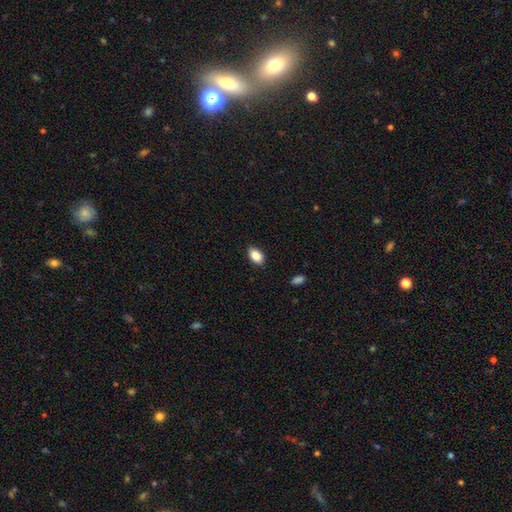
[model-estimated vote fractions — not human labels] Q: Smooth or featured?
A: smooth (86%); runner-up: star or artifact (8%)
Q: How rounded?
A: in between (90%); runner-up: round (8%)
Q: Merging?
A: none (85%); runner-up: minor disturbance (12%)